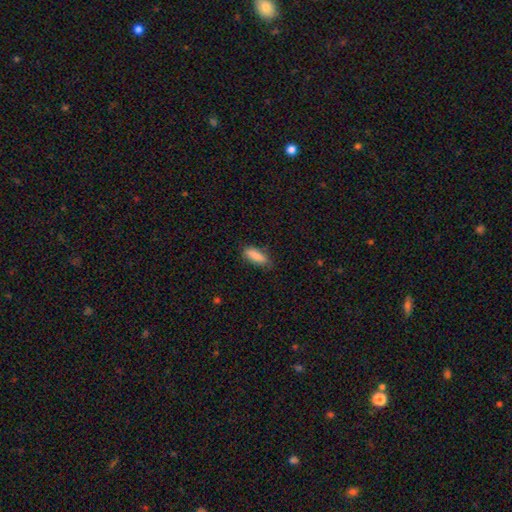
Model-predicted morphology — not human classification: Smooth or featured? Predicted: smooth (p=0.87). How rounded? Predicted: in between (p=0.62). Merging? Predicted: none (p=0.78).